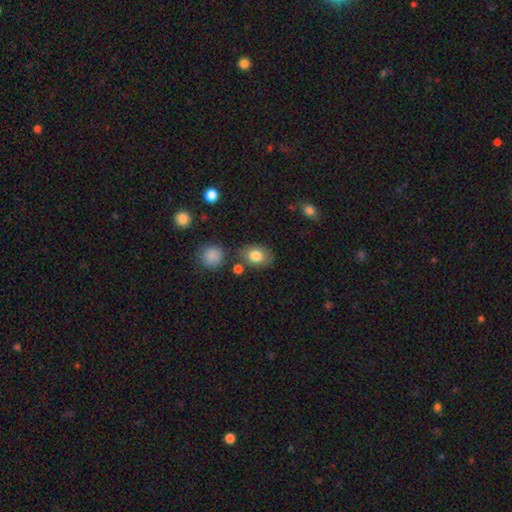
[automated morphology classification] Q: Smooth or featured?
A: smooth (81%); runner-up: featured or disk (11%)
Q: How rounded?
A: in between (72%); runner-up: round (27%)
Q: Merging?
A: none (72%); runner-up: minor disturbance (16%)